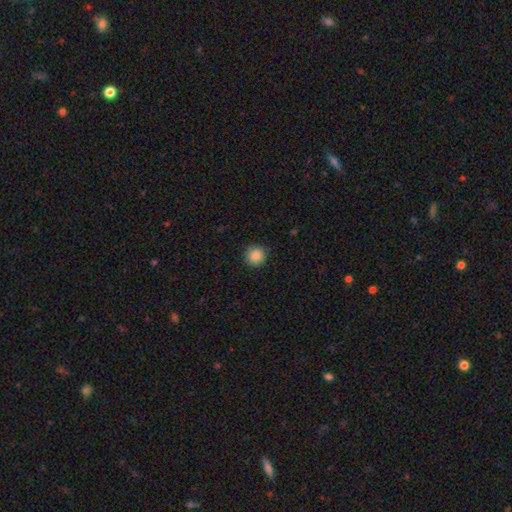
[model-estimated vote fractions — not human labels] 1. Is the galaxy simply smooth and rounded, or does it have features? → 87% smooth, 10% star or artifact, 3% featured or disk.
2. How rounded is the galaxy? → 95% round, 4% in between, 1% cigar-shaped.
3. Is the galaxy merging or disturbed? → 91% none, 6% minor disturbance, 2% major disturbance, 1% merger.